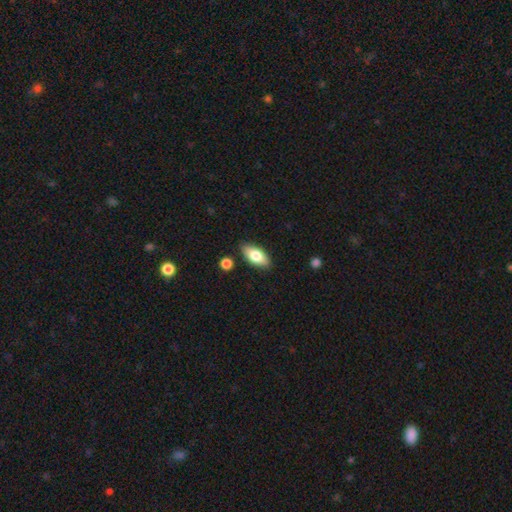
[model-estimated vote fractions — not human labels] This is likely a smooth galaxy (73%). How rounded: clearly in between (87%). Merging: clearly none (86%).